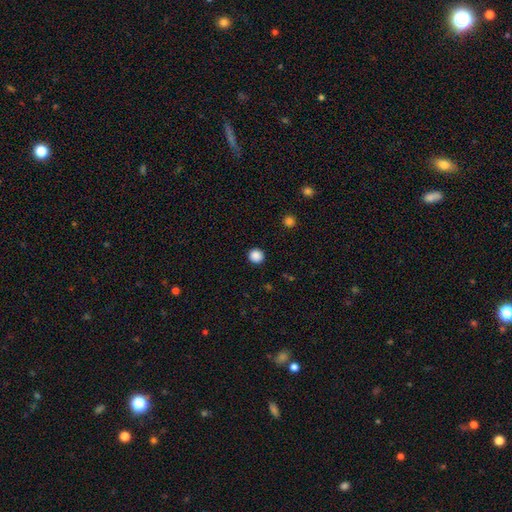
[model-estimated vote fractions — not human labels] smooth-or-featured: smooth: 88% | star or artifact: 10% | featured or disk: 2%
  how-rounded: round: 91% | in between: 8% | cigar-shaped: 1%
  merging: none: 93% | minor disturbance: 4% | major disturbance: 2% | merger: 1%